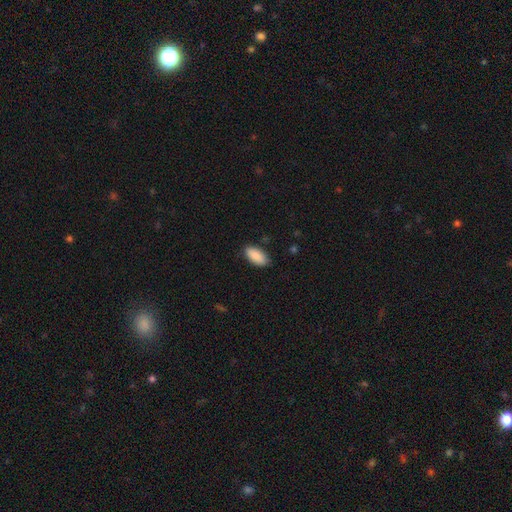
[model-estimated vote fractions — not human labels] smooth 90%, star or artifact 6%, featured or disk 4%. Down the decision tree: how rounded — in between (92%); merging — none (84%).